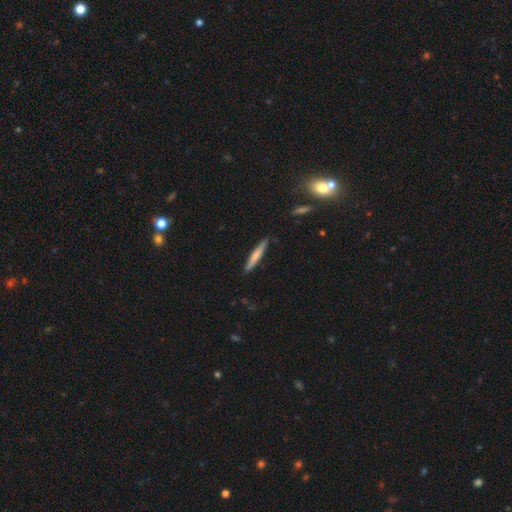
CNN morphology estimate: This appears to be a smooth galaxy with no disk features (66%) that is cigar-shaped (95%). Merging: none (88%).